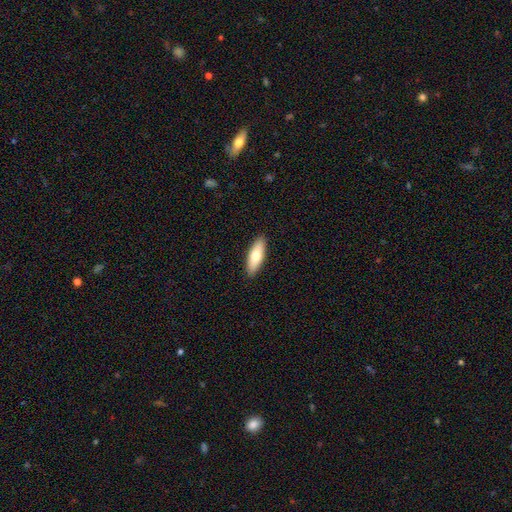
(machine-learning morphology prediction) smooth_or_featured: smooth (p=0.72) [alt: featured or disk p=0.23]
how_rounded: in between (p=0.56) [alt: cigar-shaped p=0.42]
merging: none (p=0.90) [alt: minor disturbance p=0.07]